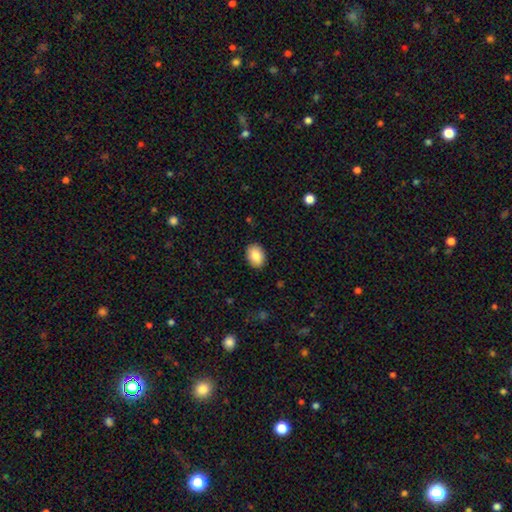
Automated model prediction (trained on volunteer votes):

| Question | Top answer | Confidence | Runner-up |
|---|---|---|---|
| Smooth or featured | smooth | 86% | star or artifact (7%) |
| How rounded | in between | 75% | round (24%) |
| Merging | none | 89% | minor disturbance (8%) |